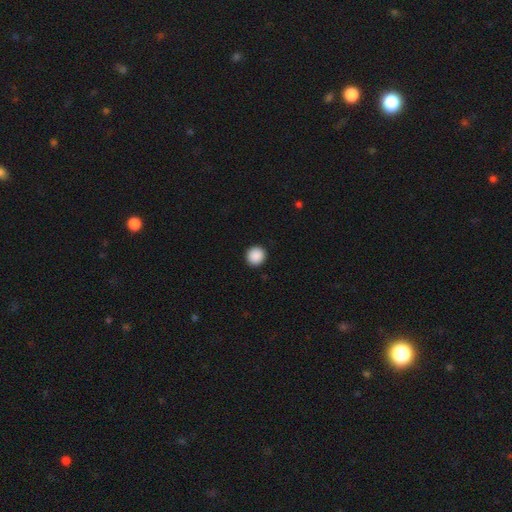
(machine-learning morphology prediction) This is clearly a smooth galaxy (90%). How rounded: clearly round (93%). Merging: clearly none (93%).